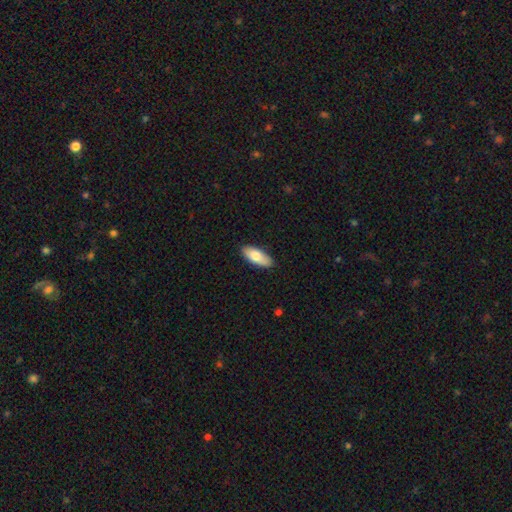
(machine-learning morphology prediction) Overall: smooth (76%). How rounded: in between (84%). Merging: none (87%).